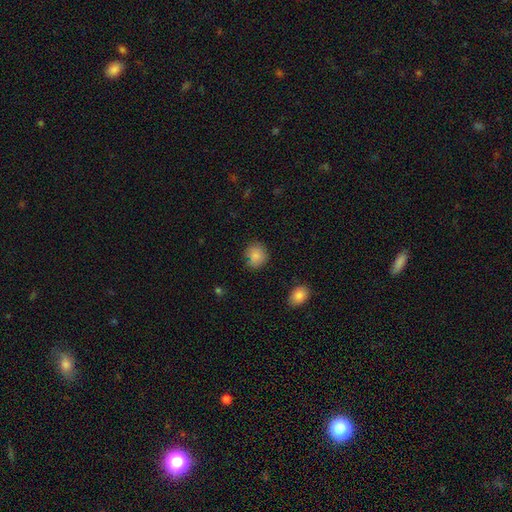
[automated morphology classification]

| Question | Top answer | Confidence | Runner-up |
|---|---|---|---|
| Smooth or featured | smooth | 86% | star or artifact (9%) |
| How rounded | round | 83% | in between (16%) |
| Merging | none | 80% | minor disturbance (15%) |